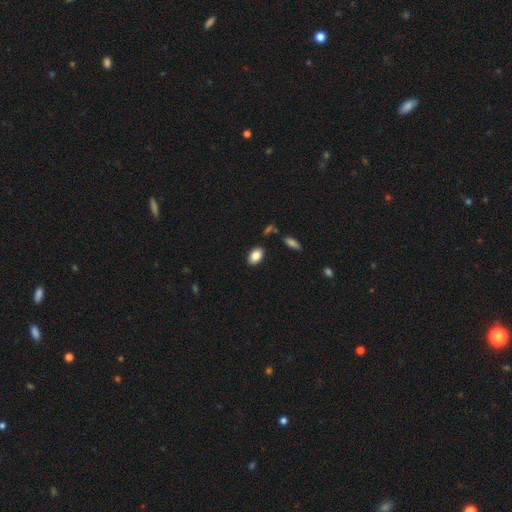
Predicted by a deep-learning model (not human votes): Morphology: type=smooth (86%); roundness=in between (91%); merging=none (85%).